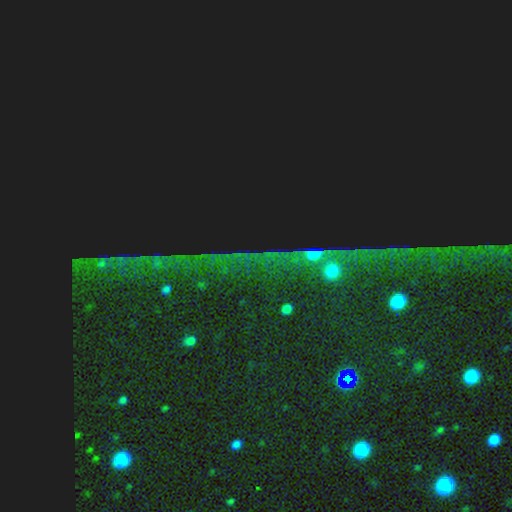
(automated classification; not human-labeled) star or artifact 86%, featured or disk 7%, smooth 7%.